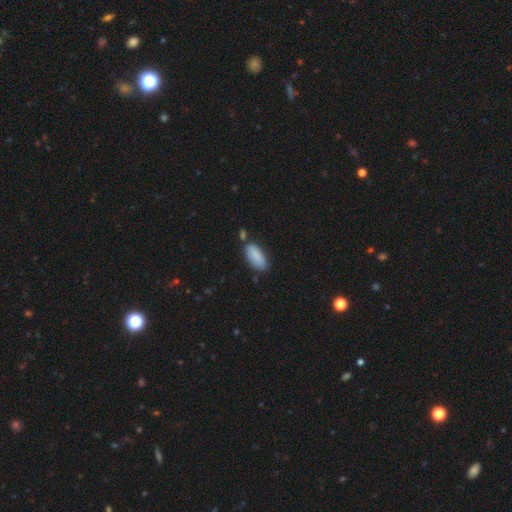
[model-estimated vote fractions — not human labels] A smooth galaxy with no disk features (87%) that is in between round and cigar-shaped (85%).

Vote fractions:
- Smooth or featured? smooth: 87% / featured or disk: 7% / star or artifact: 6%
- How rounded? in between: 85% / cigar-shaped: 13% / round: 2%
- Merging? none: 68% / minor disturbance: 20% / merger: 9% / major disturbance: 4%